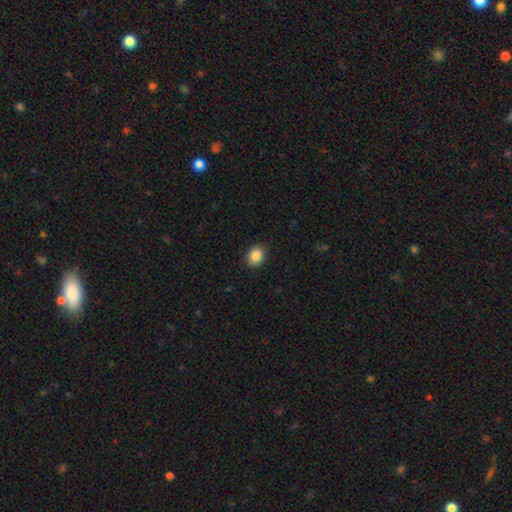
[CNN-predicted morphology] smooth 87%, star or artifact 9%, featured or disk 4%. Down the decision tree: how rounded — round (55%); merging — none (89%).